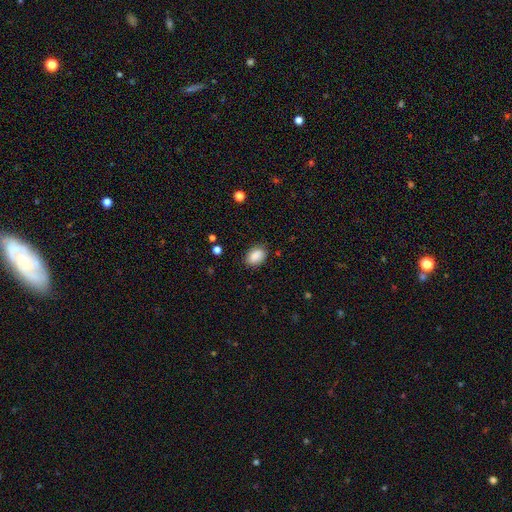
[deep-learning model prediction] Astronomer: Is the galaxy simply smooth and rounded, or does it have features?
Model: smooth — 88%.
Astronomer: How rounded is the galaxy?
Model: in between — 82%.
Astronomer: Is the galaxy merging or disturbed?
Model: none — 83%.